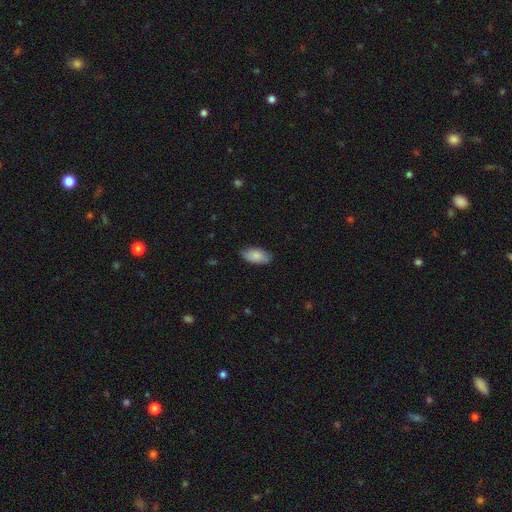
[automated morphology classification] Smooth or featured: smooth — 85% (featured or disk — 9%)
How rounded: in between — 93% (cigar-shaped — 5%)
Merging: none — 83% (minor disturbance — 14%)